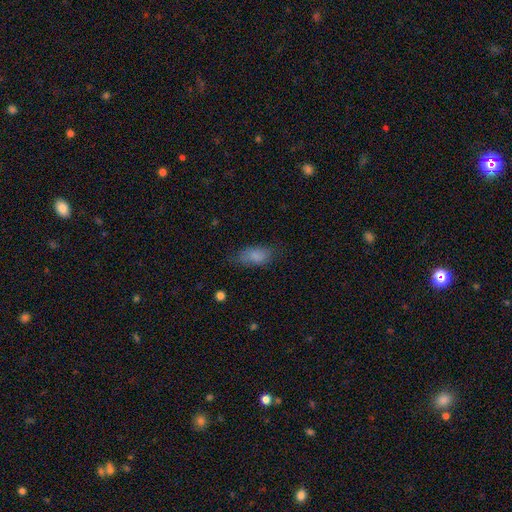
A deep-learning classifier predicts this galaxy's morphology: Smooth or featured? Predicted: smooth (p=0.83). How rounded? Predicted: in between (p=0.88). Merging? Predicted: none (p=0.67).